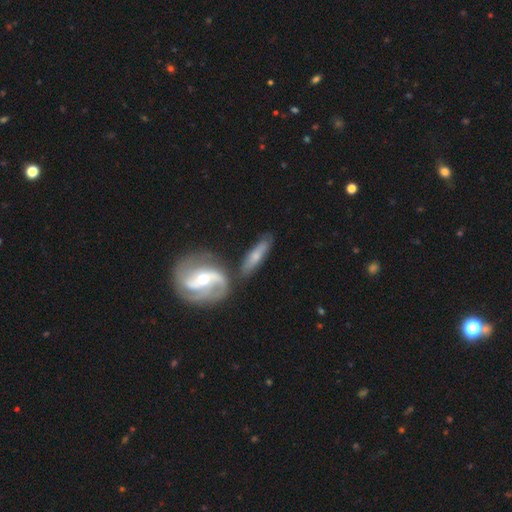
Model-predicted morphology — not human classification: smooth_or_featured: featured or disk (p=0.48) [alt: smooth p=0.45]
merging: none (p=0.67) [alt: merger p=0.15]